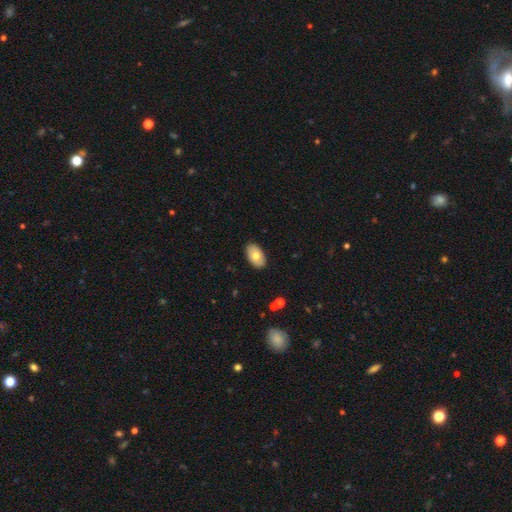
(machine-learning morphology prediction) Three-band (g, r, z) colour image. It shows a smooth galaxy with no disk features (72%) that is in between round and cigar-shaped (94%). Merging: none (88%).